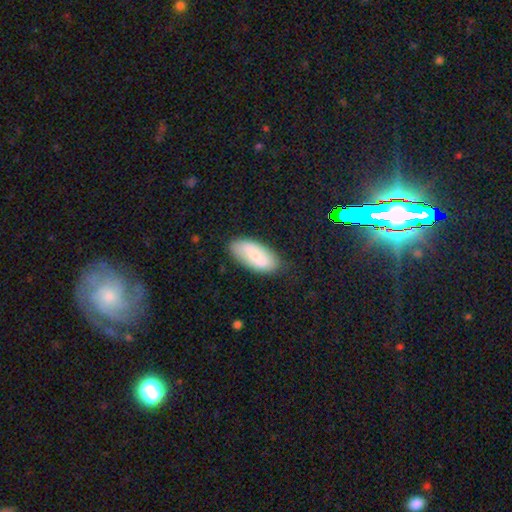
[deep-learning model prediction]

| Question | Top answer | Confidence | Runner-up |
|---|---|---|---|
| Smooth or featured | smooth | 68% | featured or disk (25%) |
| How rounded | in between | 90% | cigar-shaped (7%) |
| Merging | none | 76% | minor disturbance (17%) |